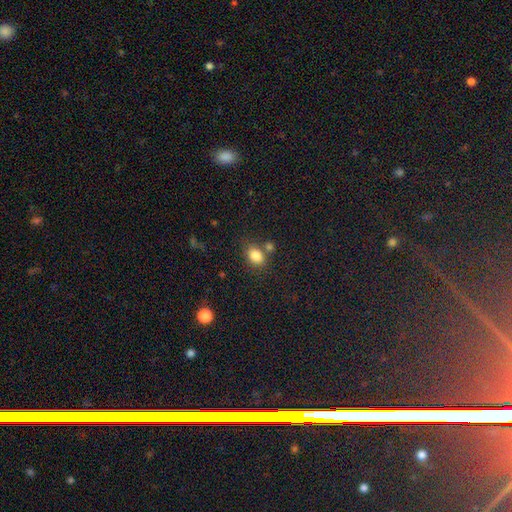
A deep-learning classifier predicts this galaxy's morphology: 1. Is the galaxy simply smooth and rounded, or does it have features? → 84% smooth, 10% star or artifact, 6% featured or disk.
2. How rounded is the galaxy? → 70% in between, 29% round, 1% cigar-shaped.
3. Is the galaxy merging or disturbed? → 66% none, 17% merger, 13% minor disturbance, 4% major disturbance.